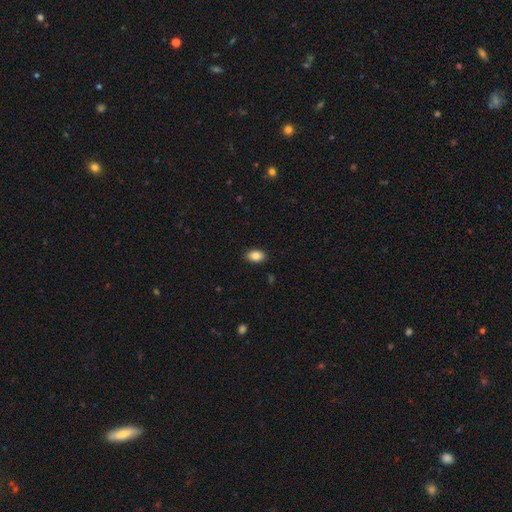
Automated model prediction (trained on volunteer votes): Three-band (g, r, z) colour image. It shows a smooth galaxy with no disk features (85%) that is in between round and cigar-shaped (86%). Merging: none (89%).